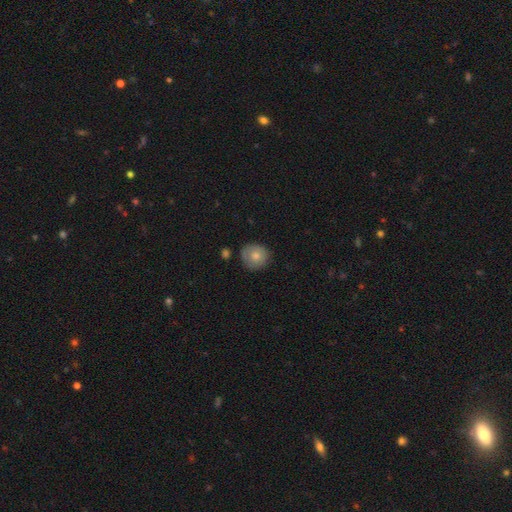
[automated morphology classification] Smooth or featured?
  - smooth: 77% *
  - featured or disk: 15%
  - star or artifact: 8%
How rounded?
  - round: 91% *
  - in between: 8%
  - cigar-shaped: 1%
Merging?
  - none: 80% *
  - minor disturbance: 15%
  - major disturbance: 3%
  - merger: 3%